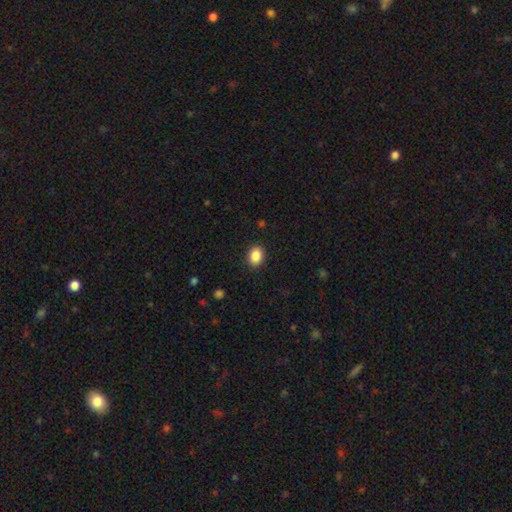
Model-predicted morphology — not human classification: smooth 88%, star or artifact 8%, featured or disk 4%. Down the decision tree: how rounded — in between (65%); merging — none (89%).